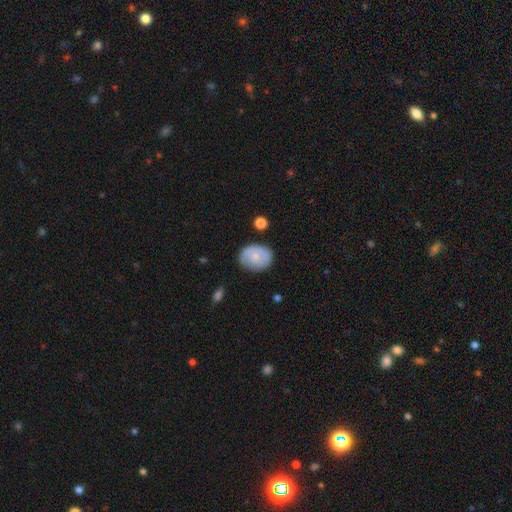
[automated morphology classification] The model was most divided on "how rounded": in between: 59%, round: 40%, cigar-shaped: 1%. More confident: merging — none (73%); smooth or featured — smooth (60%).